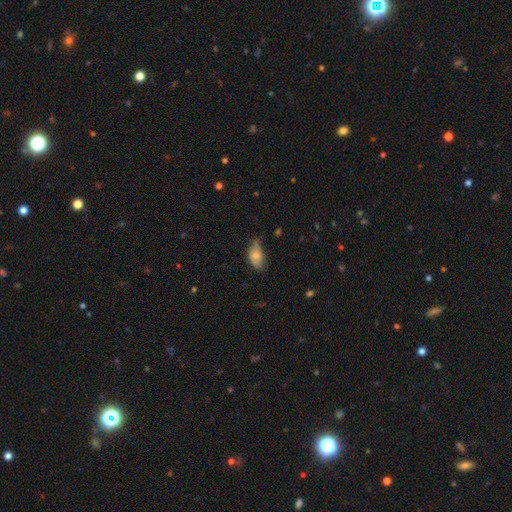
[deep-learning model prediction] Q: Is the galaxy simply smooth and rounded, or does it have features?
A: smooth — 72%.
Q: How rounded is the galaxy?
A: in between — 91%.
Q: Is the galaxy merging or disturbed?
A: minor disturbance — 43%.